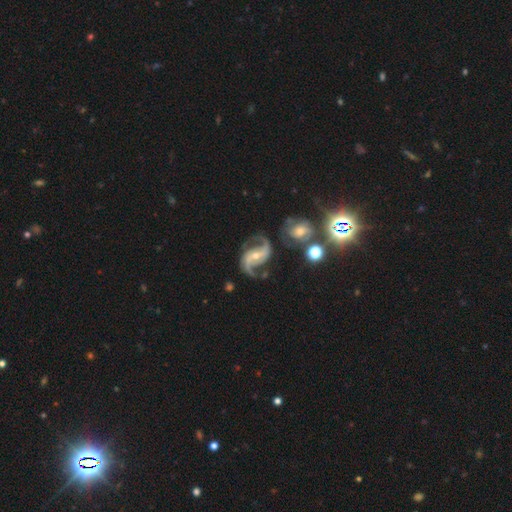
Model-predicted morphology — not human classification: Overall: featured or disk (92%). Edge-on disk: no (98%). Bar: strong (43%; weak 34%). Spiral arms: yes (98%). Spiral arm count: 2 (93%). Spiral winding: medium (46%; loose 44%). Bulge size: small (52%; moderate 45%). Merging: none (70%).